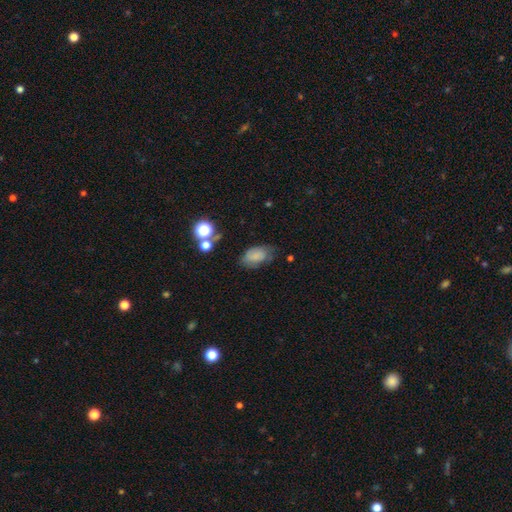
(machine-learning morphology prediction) type=smooth (72%); roundness=in between (90%); merging=none (57%).